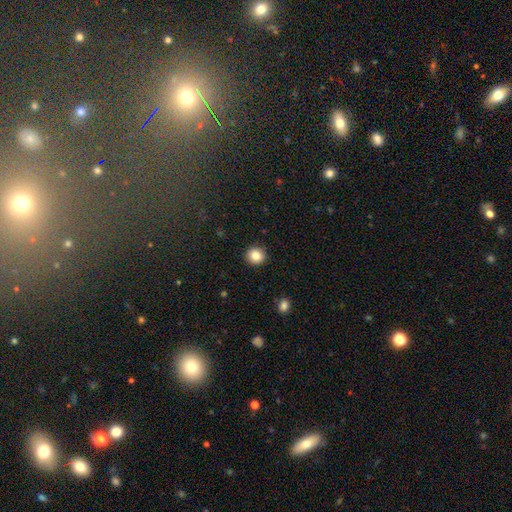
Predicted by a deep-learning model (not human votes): smooth 85%, star or artifact 10%, featured or disk 6%. Down the decision tree: how rounded — round (91%); merging — none (92%).